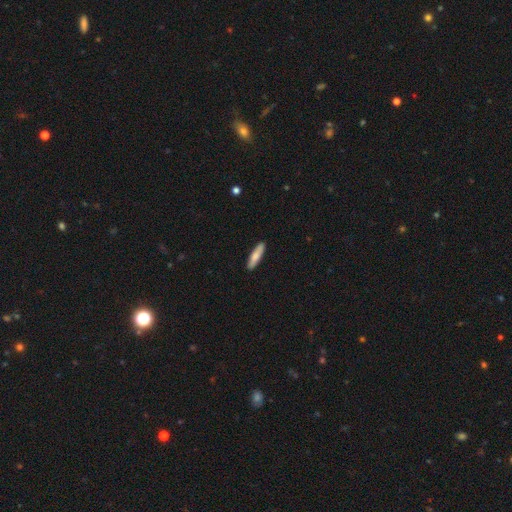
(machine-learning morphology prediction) A smooth galaxy with no disk features (79%) that is cigar-shaped (76%).

Vote fractions:
- Smooth or featured? smooth: 79% / featured or disk: 16% / star or artifact: 5%
- How rounded? cigar-shaped: 76% / in between: 23% / round: 1%
- Merging? none: 90% / minor disturbance: 8% / major disturbance: 1% / merger: 1%